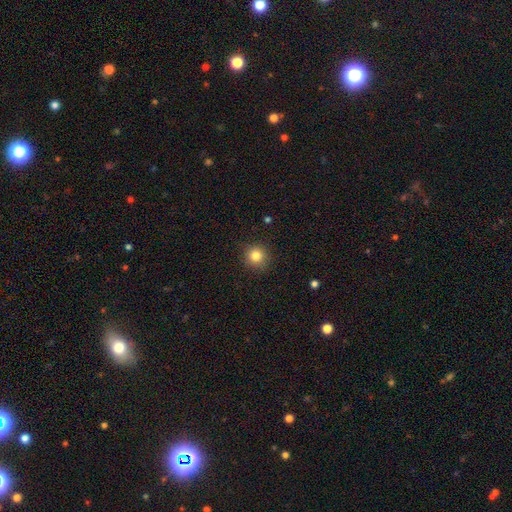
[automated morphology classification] smooth_or_featured: smooth (p=0.82) [alt: star or artifact p=0.12]
how_rounded: round (p=0.93) [alt: in between p=0.06]
merging: none (p=0.90) [alt: minor disturbance p=0.07]